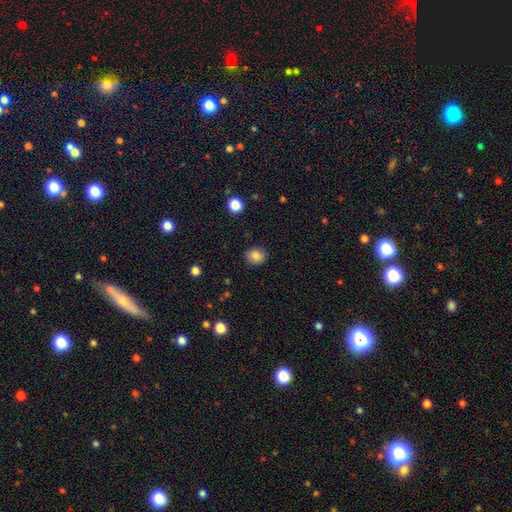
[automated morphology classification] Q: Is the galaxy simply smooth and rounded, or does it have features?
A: smooth — 85%.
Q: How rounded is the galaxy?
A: round — 68%.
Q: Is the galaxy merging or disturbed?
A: none — 88%.